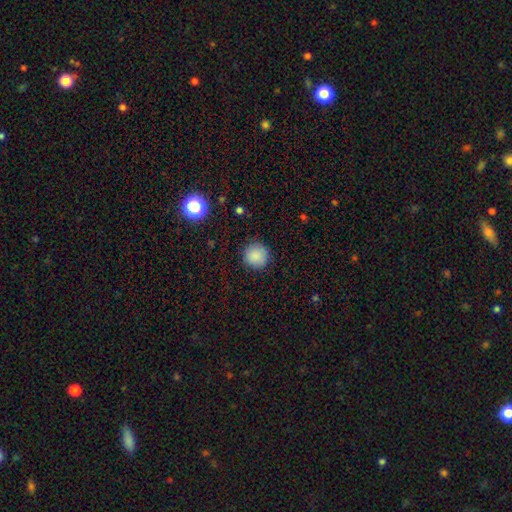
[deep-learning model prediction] Overall: smooth (87%). How rounded: round (95%). Merging: none (88%).